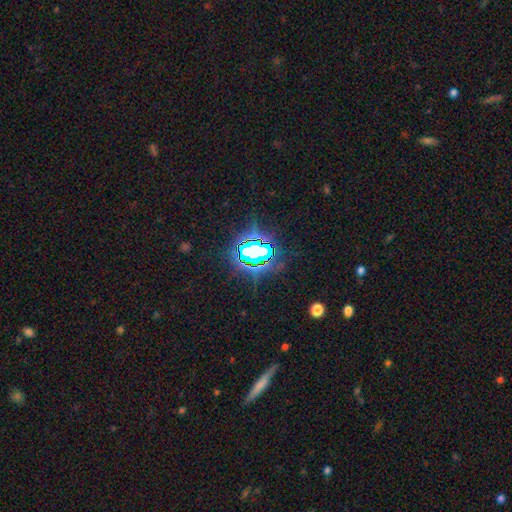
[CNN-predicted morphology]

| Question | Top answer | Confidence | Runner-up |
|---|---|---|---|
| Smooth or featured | star or artifact | 73% | smooth (15%) |